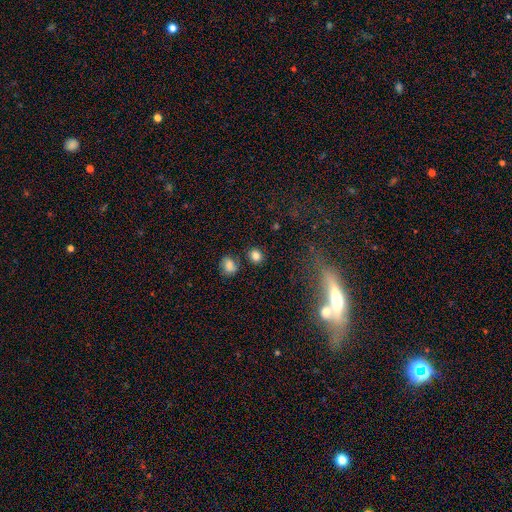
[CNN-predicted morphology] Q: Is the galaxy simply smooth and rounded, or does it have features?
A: smooth — 82%.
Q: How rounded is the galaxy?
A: round — 79%.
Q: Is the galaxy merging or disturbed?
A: none — 78%.